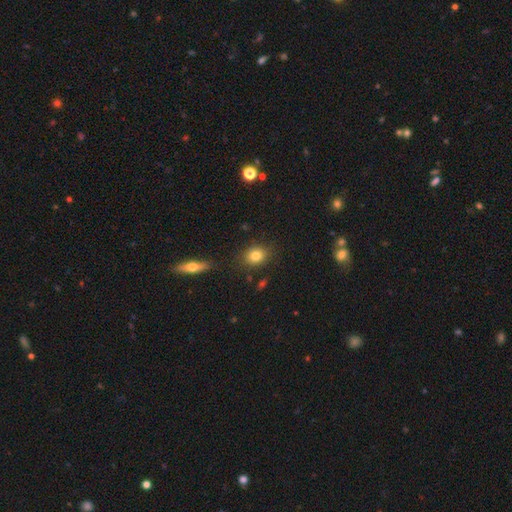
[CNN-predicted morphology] Smooth or featured: smooth — 80% (featured or disk — 10%)
How rounded: round — 58% (in between — 40%)
Merging: none — 84% (minor disturbance — 10%)